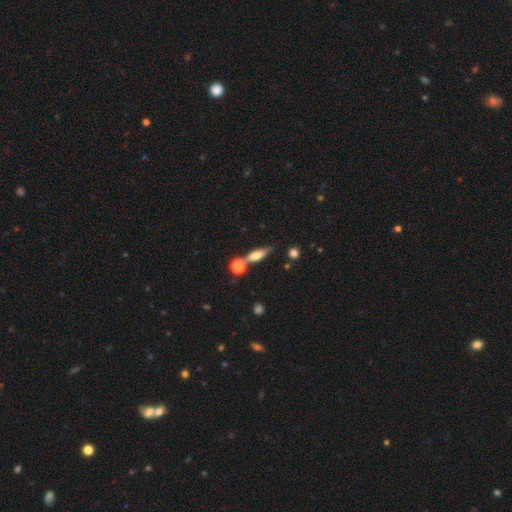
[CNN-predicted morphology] A smooth galaxy with no disk features (61%) that is cigar-shaped (47%). Merging: none (56%).